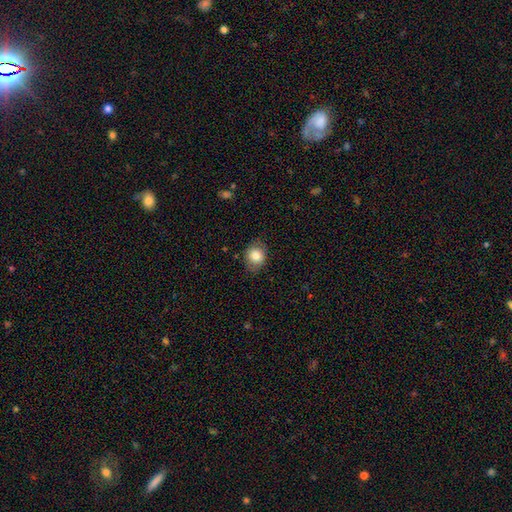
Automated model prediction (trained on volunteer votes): This is clearly a smooth galaxy (82%). How rounded: possibly in between (50%, tied with round). Merging: likely none (80%).